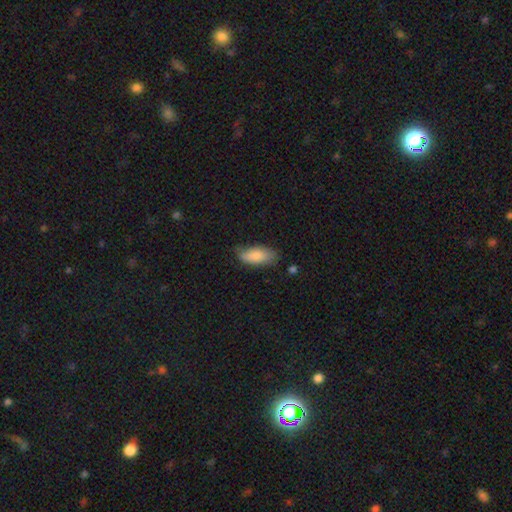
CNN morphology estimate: Overall: smooth (82%). How rounded: in between (85%). Merging: none (67%).